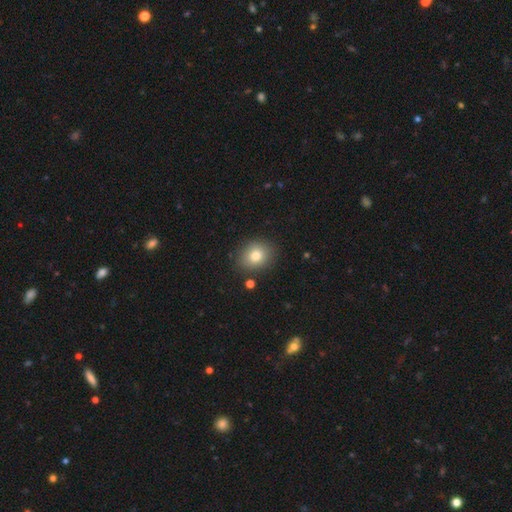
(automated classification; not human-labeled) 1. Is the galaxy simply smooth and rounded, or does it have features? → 80% smooth, 11% star or artifact, 10% featured or disk.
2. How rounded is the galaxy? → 59% round, 40% in between, 1% cigar-shaped.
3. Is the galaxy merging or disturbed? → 86% none, 10% minor disturbance, 3% major disturbance, 2% merger.